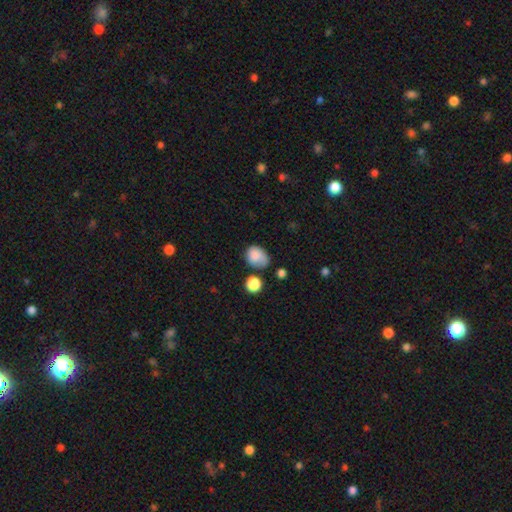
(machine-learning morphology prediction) This is clearly a smooth galaxy (82%). How rounded: likely in between (63%). Merging: possibly none (48%).